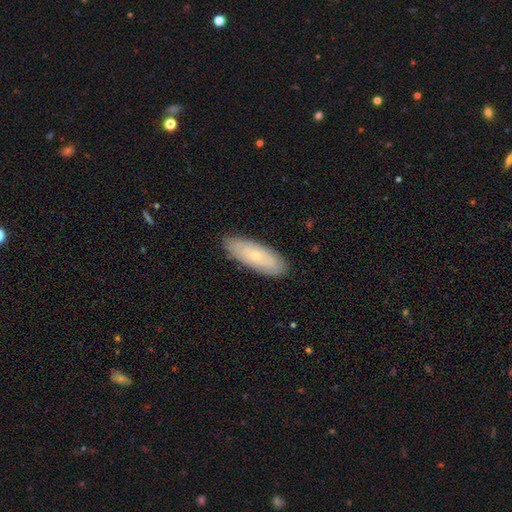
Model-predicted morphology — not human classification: type=smooth (59%); roundness=in between (66%); merging=none (86%).